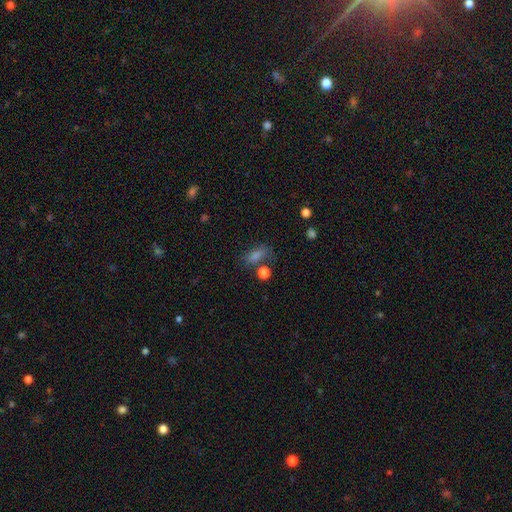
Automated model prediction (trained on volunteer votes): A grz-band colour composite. It shows a smooth galaxy with no disk features (65%) that is in between round and cigar-shaped (71%). Merging: none (65%).